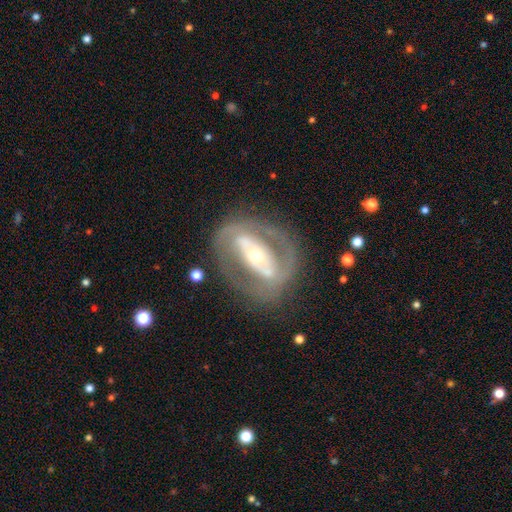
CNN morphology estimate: Q: Smooth or featured?
A: featured or disk (81%); runner-up: smooth (13%)
Q: Edge-on disk?
A: no (94%); runner-up: yes (6%)
Q: Bar?
A: strong (49%); runner-up: no (30%)
Q: Spiral arms?
A: yes (59%); runner-up: no (41%)
Q: Bulge size?
A: small (50%); runner-up: moderate (43%)
Q: Merging?
A: none (71%); runner-up: minor disturbance (14%)